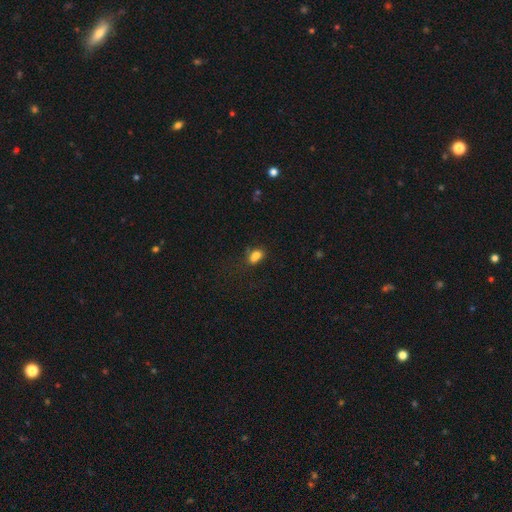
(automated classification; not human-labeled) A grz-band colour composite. It shows a smooth galaxy with no disk features (75%) that is in between round and cigar-shaped (71%). Merging: none (41%).